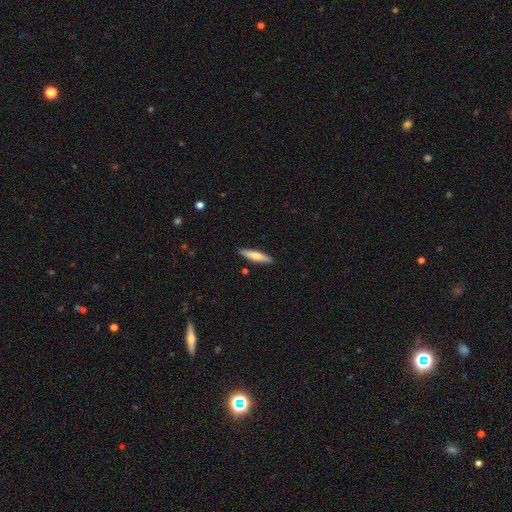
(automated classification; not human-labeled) Smooth or featured: smooth — 63% (featured or disk — 31%)
How rounded: cigar-shaped — 80% (in between — 19%)
Merging: none — 89% (minor disturbance — 8%)